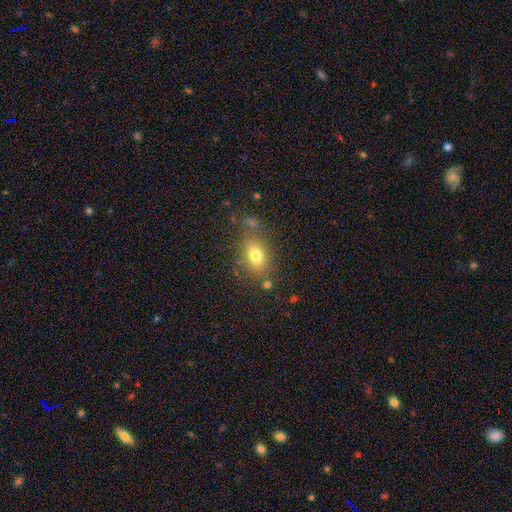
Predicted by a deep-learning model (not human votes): Smooth or featured?
  - smooth: 76% *
  - featured or disk: 13%
  - star or artifact: 11%
How rounded?
  - in between: 79% *
  - round: 19%
  - cigar-shaped: 2%
Merging?
  - none: 70% *
  - minor disturbance: 16%
  - merger: 8%
  - major disturbance: 6%